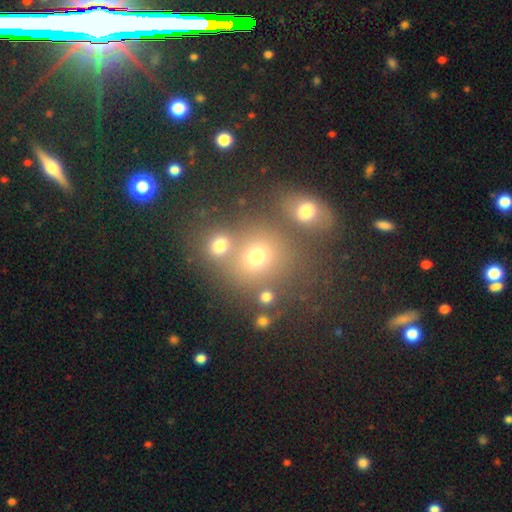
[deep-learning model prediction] Morphology: type=smooth (67%); roundness=round (77%); merging=none (54%).